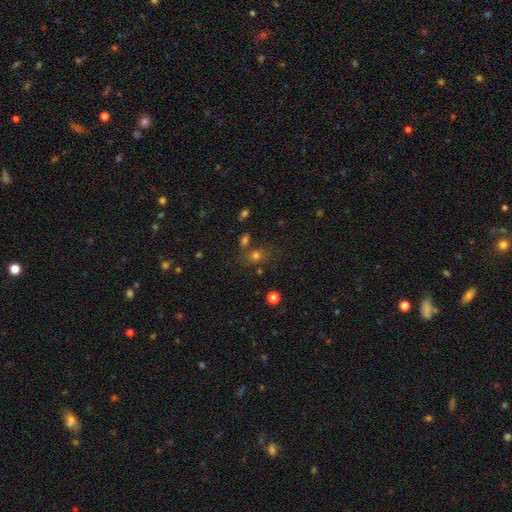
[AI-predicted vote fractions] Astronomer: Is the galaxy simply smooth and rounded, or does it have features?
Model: smooth — 67%.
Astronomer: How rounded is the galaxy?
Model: in between — 54% (runner-up: round, 43%).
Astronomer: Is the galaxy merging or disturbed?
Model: none — 62%.